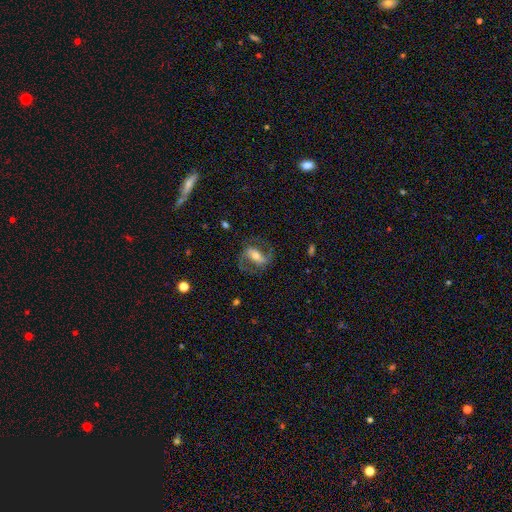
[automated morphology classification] smooth-or-featured: featured or disk: 78% | smooth: 16% | star or artifact: 7%
  disk-edge-on: no: 94% | yes: 6%
    bar: strong: 54% | weak: 30% | no: 16%
    has-spiral-arms: yes: 89% | no: 11%
      spiral-winding: medium: 53% | loose: 29% | tight: 18%
      spiral-arm-count: 2: 89% | can't tell: 5% | 1: 3% | 3: 1% | 4: 1% | more than 4: 1%
    bulge-size: moderate: 56% | small: 34% | large: 7% | none: 2% | dominant: 1%
  merging: none: 73% | minor disturbance: 14% | major disturbance: 12% | merger: 1%